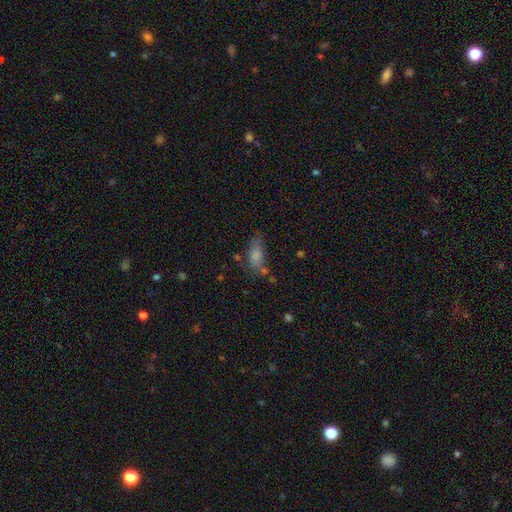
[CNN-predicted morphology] Q: Smooth or featured?
A: smooth (75%); runner-up: featured or disk (14%)
Q: How rounded?
A: in between (75%); runner-up: cigar-shaped (21%)
Q: Merging?
A: none (49%); runner-up: minor disturbance (27%)